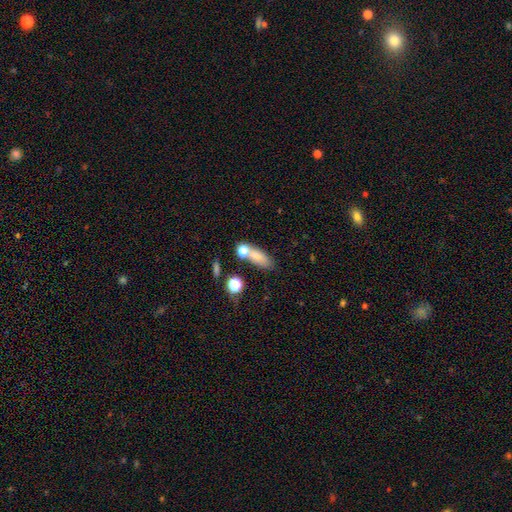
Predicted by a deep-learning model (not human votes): Q: Smooth or featured?
A: smooth (73%); runner-up: star or artifact (14%)
Q: How rounded?
A: in between (64%); runner-up: cigar-shaped (24%)
Q: Merging?
A: none (54%); runner-up: merger (25%)